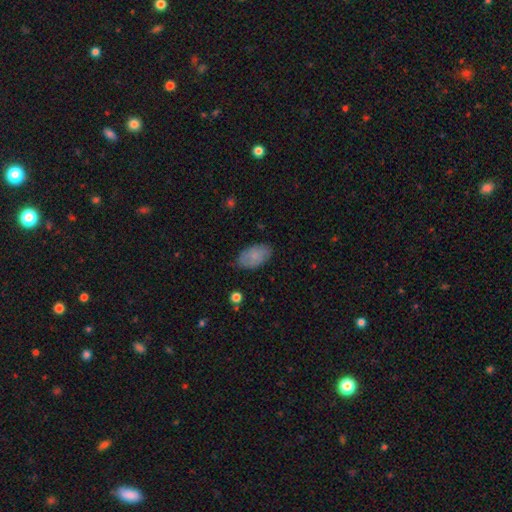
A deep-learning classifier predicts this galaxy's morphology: This is likely a smooth galaxy (76%). How rounded: clearly in between (93%). Merging: likely none (77%).